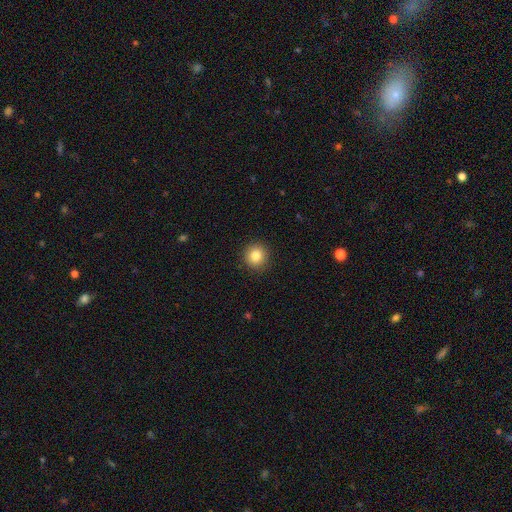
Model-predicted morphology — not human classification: type=smooth (83%); roundness=round (93%); merging=none (91%).